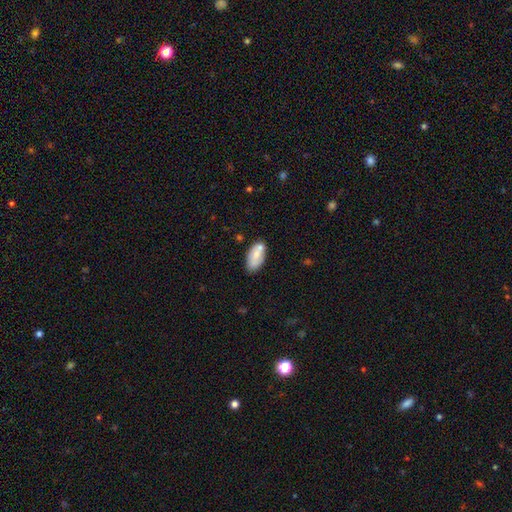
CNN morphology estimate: Smooth or featured: smooth — 71% (featured or disk — 23%)
How rounded: in between — 92% (cigar-shaped — 5%)
Merging: none — 63% (minor disturbance — 19%)